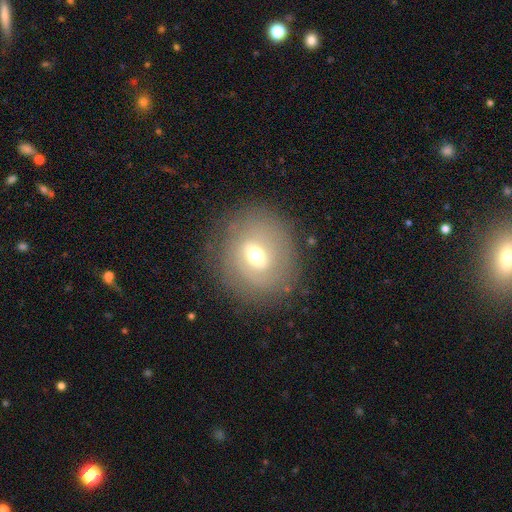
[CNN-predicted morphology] The model was most divided on "smooth or featured": featured or disk: 48%, smooth: 41%, star or artifact: 11%. More confident: merging — none (80%).